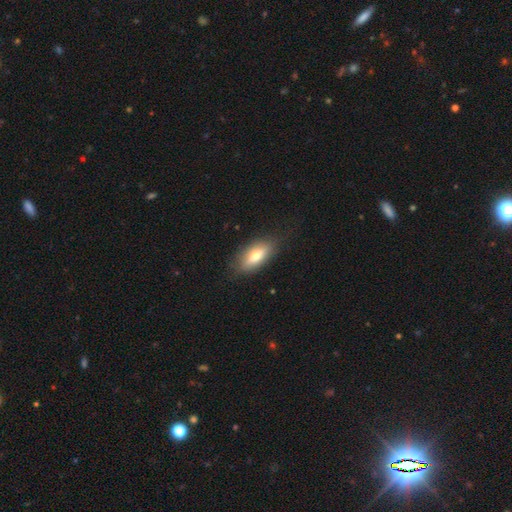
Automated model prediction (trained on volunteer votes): Smooth or featured?
  - smooth: 66% *
  - featured or disk: 28%
  - star or artifact: 7%
How rounded?
  - in between: 77% *
  - cigar-shaped: 20%
  - round: 3%
Merging?
  - none: 81% *
  - minor disturbance: 14%
  - major disturbance: 4%
  - merger: 1%